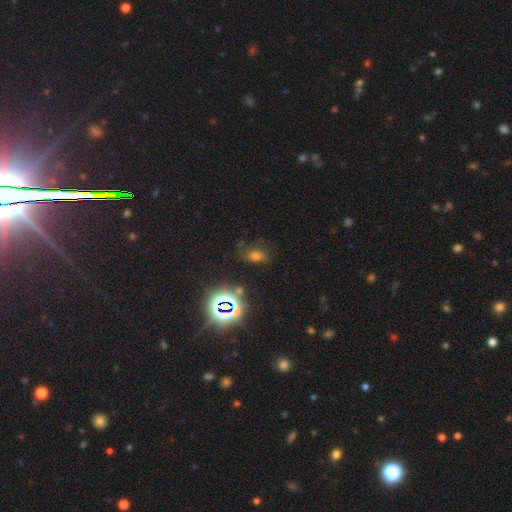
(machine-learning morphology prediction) Overall: smooth (54%; star or artifact 36%). How rounded: in between (80%). Merging: none (69%).